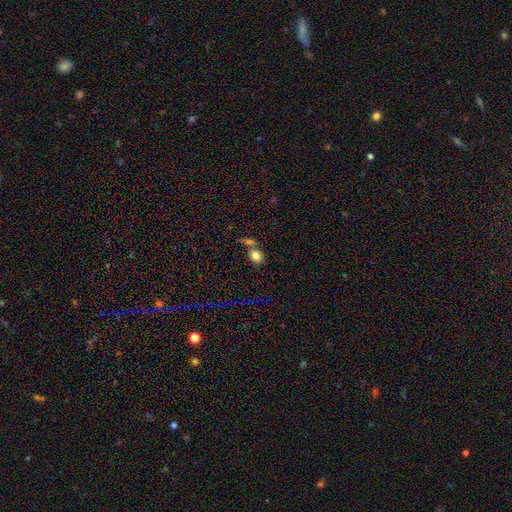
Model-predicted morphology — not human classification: Q: Smooth or featured?
A: smooth (81%); runner-up: star or artifact (10%)
Q: How rounded?
A: round (52%); runner-up: in between (47%)
Q: Merging?
A: none (45%); runner-up: merger (39%)